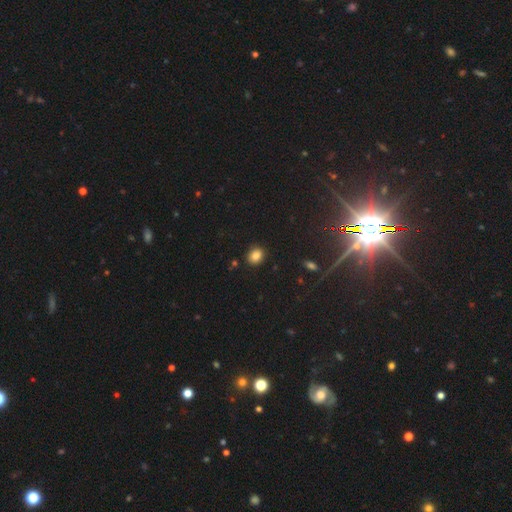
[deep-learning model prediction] smooth_or_featured: smooth (p=0.85) [alt: star or artifact p=0.11]
how_rounded: round (p=0.52) [alt: in between p=0.47]
merging: none (p=0.86) [alt: minor disturbance p=0.09]